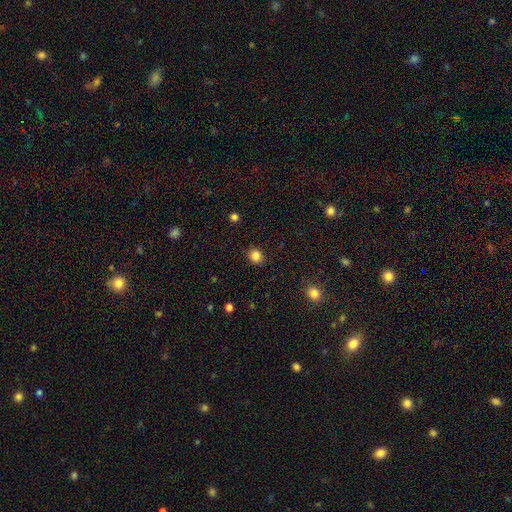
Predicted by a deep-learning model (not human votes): The model was most divided on "how rounded": round: 68%, in between: 31%, cigar-shaped: 1%. More confident: merging — none (88%); smooth or featured — smooth (85%).